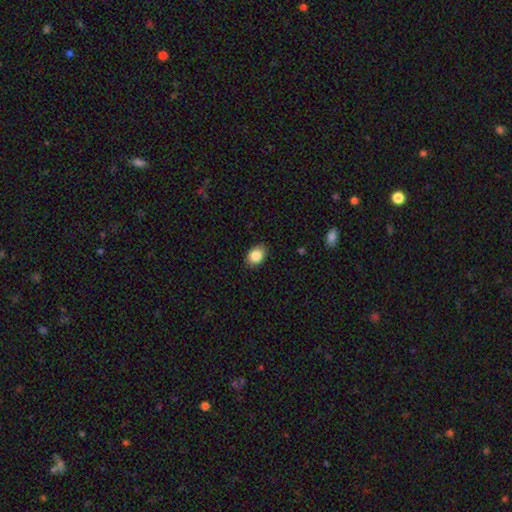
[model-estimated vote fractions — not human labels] smooth_or_featured: smooth (p=0.85) [alt: star or artifact p=0.08]
how_rounded: in between (p=0.73) [alt: round p=0.26]
merging: none (p=0.88) [alt: minor disturbance p=0.09]